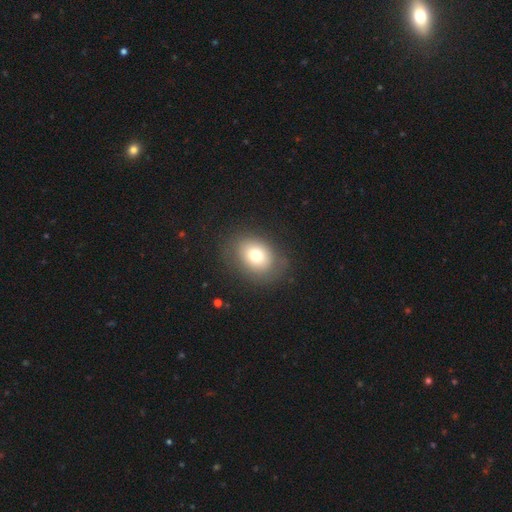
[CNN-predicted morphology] The model was most divided on "how rounded": in between: 58%, round: 41%, cigar-shaped: 1%. More confident: merging — none (79%); smooth or featured — smooth (73%).